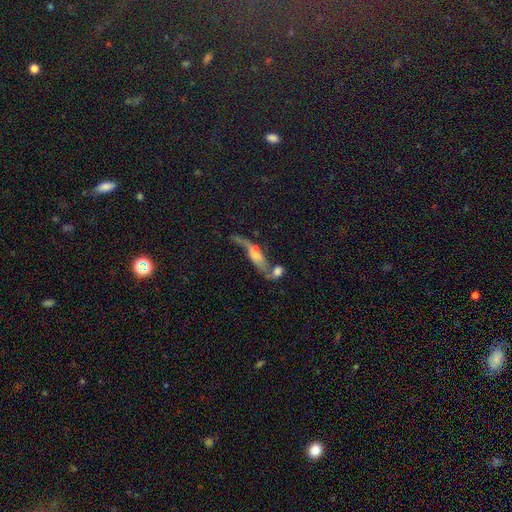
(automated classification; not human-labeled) A featured or disk galaxy (56%).

Vote fractions:
- Smooth or featured? featured or disk: 56% / smooth: 30% / star or artifact: 14%
- Edge-on disk? no: 69% / yes: 31%
- Merging? merger: 40% / none: 25% / major disturbance: 20% / minor disturbance: 15%